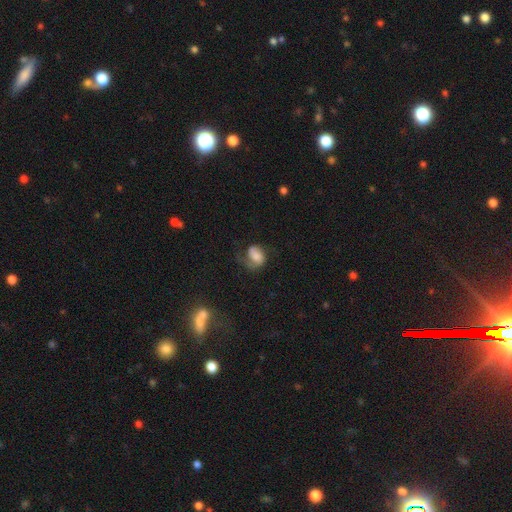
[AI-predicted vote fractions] This is possibly a featured or disk galaxy (49%). Merging: marginally none (39%).